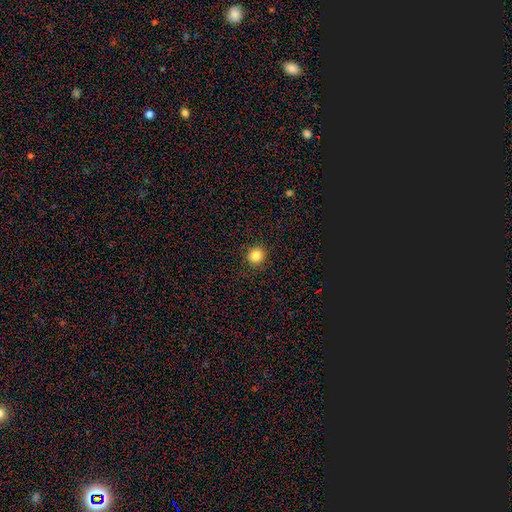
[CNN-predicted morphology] This is clearly a smooth galaxy (84%). How rounded: clearly round (90%). Merging: clearly none (91%).